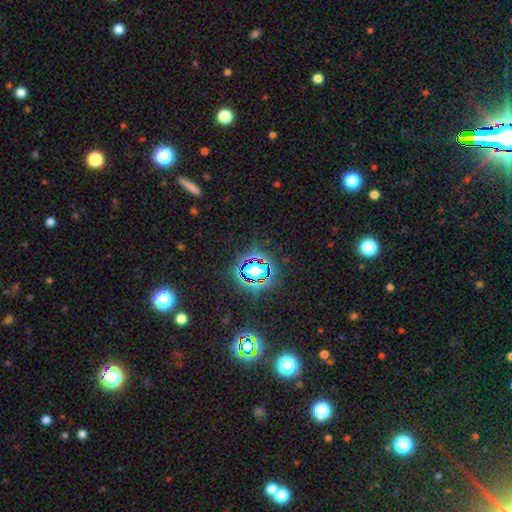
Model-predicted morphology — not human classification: The model was most divided on "smooth or featured": star or artifact: 78%, smooth: 15%, featured or disk: 8%.